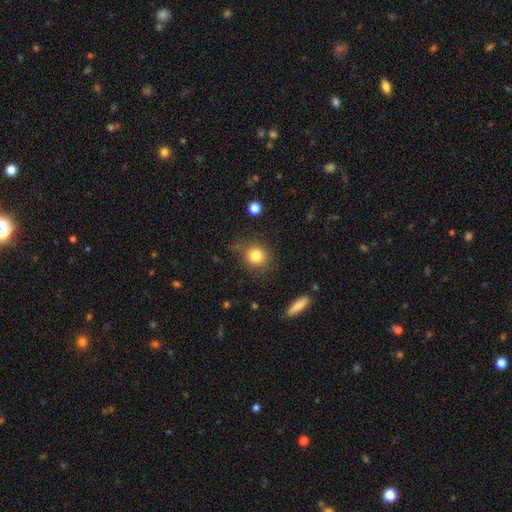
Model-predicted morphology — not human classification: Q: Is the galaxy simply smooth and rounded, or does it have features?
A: smooth — 82%.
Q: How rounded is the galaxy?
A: round — 84%.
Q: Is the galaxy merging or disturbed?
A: none — 80%.